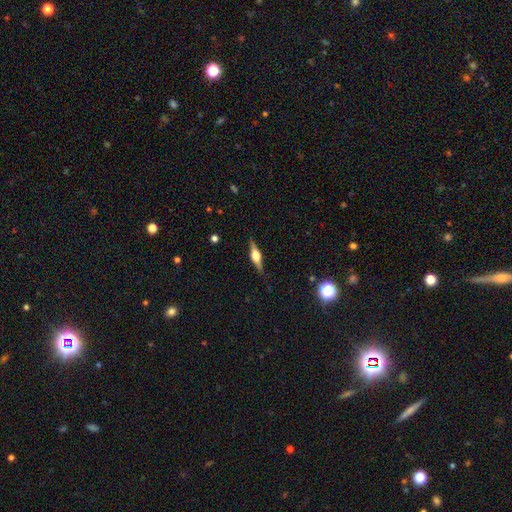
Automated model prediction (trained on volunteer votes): Morphology: type=featured or disk (73%); edge-on=yes (97%); edge-on bulge=rounded (92%); merging=none (87%).